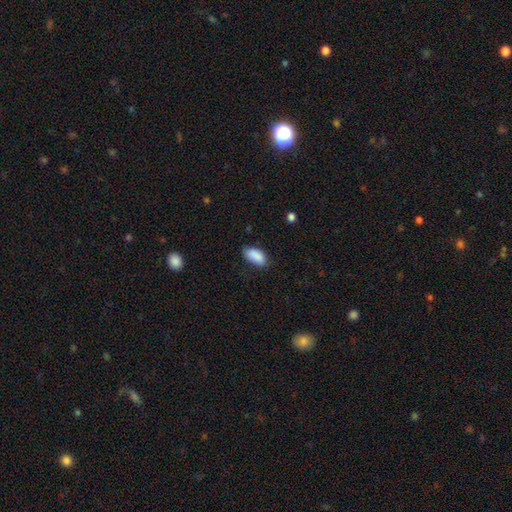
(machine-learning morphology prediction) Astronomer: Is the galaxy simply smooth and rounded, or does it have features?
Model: smooth — 88%.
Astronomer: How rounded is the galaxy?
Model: in between — 93%.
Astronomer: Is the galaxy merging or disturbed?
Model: none — 71%.